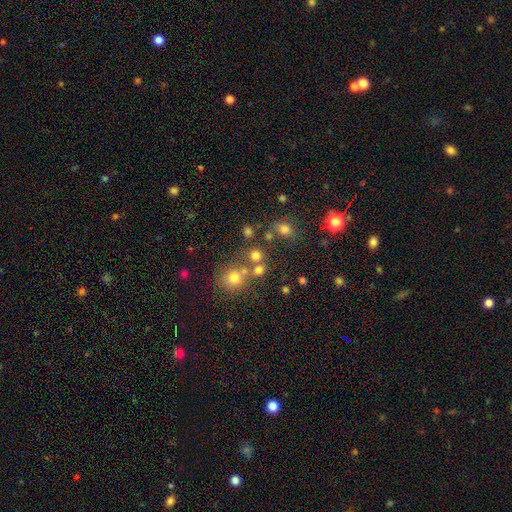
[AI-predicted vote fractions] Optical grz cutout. It shows a smooth galaxy with no disk features (72%) that is round (85%). Merging: none (62%).